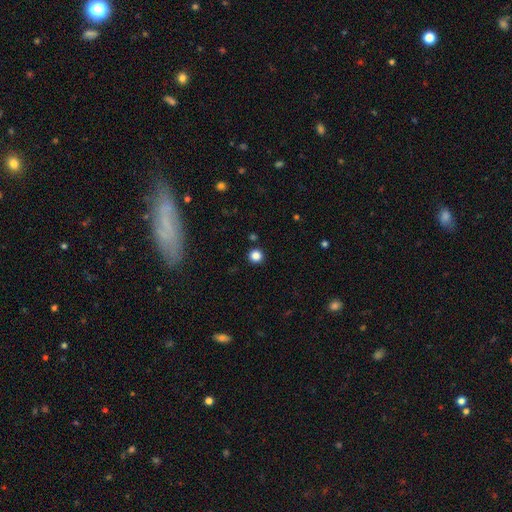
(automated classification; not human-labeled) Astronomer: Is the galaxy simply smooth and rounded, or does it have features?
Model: smooth — 84%.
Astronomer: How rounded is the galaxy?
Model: round — 95%.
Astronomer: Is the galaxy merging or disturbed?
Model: none — 91%.